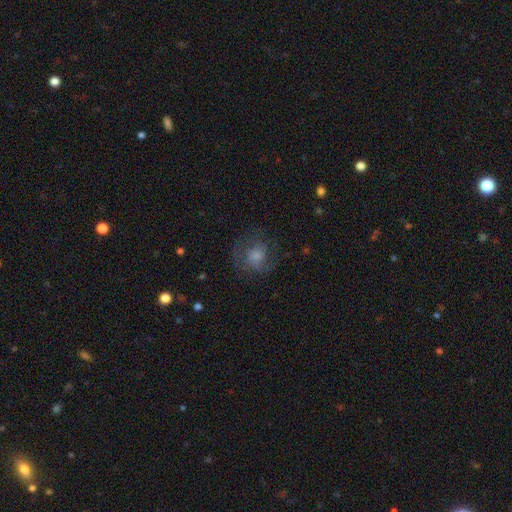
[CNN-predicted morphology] Smooth or featured? featured or disk (44%)
Merging? none (69%)